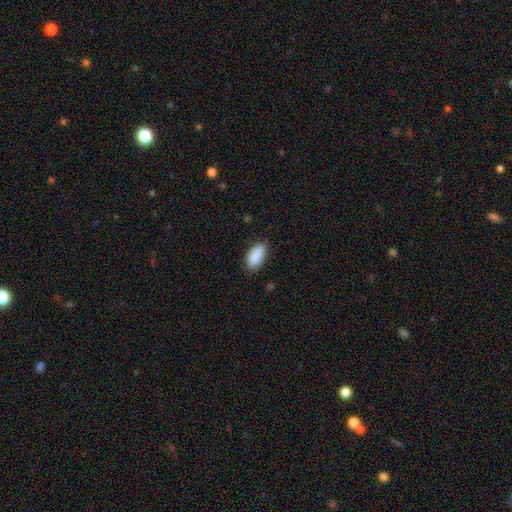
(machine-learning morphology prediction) Smooth or featured? smooth (89%)
How rounded? in between (92%)
Merging? none (78%)